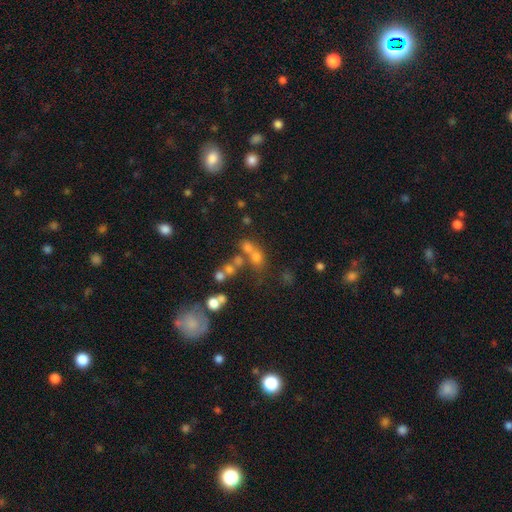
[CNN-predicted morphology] Smooth or featured? smooth (54%)
How rounded? round (61%)
Merging? merger (45%)